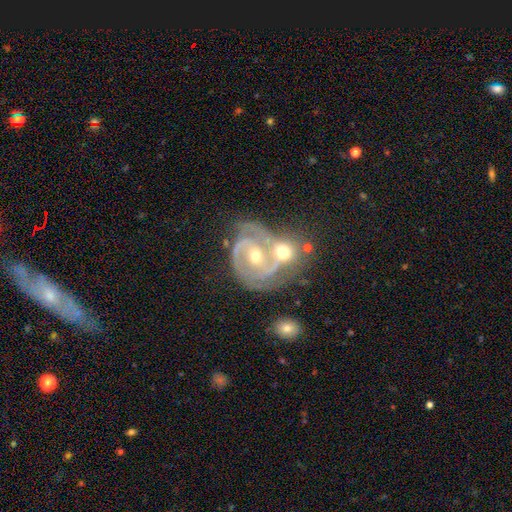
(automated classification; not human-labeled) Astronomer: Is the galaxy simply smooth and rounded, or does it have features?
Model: featured or disk — 86%.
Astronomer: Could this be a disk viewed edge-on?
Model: no — 97%.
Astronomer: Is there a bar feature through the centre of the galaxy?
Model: no — 47% (runner-up: weak, 35%).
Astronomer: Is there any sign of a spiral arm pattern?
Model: yes — 95%.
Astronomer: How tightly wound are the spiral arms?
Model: tight — 57% (runner-up: medium, 35%).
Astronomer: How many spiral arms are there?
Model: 2 — 65%.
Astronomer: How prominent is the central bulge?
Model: moderate — 62%.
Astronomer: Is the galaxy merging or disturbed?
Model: merger — 42% (runner-up: none, 37%).